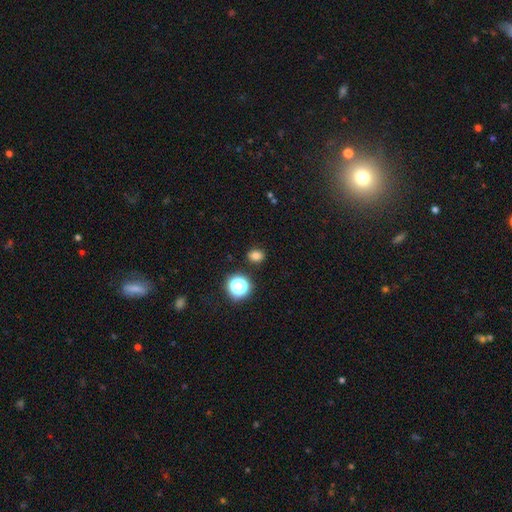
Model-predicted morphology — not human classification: This is likely a smooth galaxy (77%). How rounded: possibly round (52%). Merging: clearly none (88%).